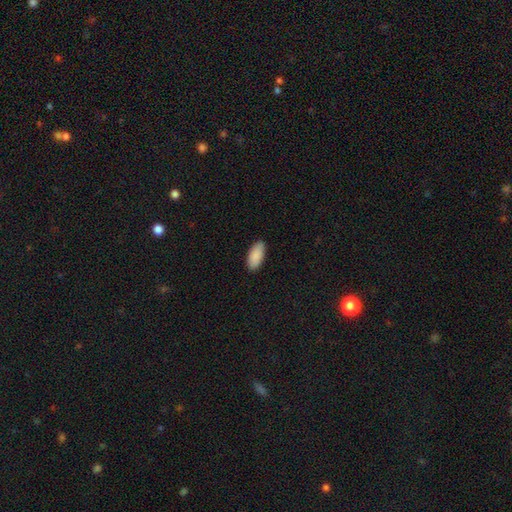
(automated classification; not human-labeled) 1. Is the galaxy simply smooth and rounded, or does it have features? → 90% smooth, 6% star or artifact, 4% featured or disk.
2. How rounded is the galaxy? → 92% in between, 7% cigar-shaped, 2% round.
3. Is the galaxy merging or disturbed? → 89% none, 9% minor disturbance, 2% major disturbance, 1% merger.